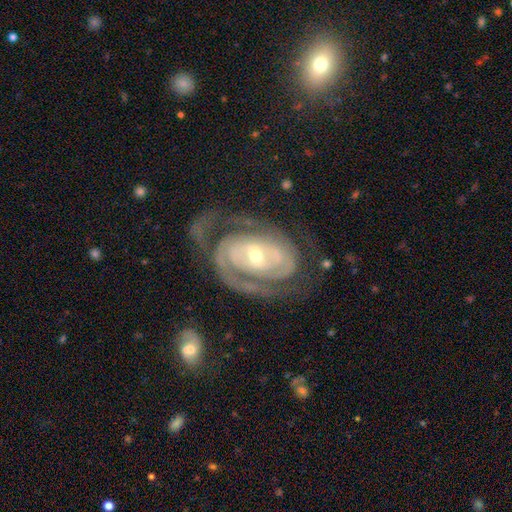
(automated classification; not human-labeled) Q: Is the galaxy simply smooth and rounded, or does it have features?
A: featured or disk — 90%.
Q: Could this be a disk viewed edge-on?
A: no — 96%.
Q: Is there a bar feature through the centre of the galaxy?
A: no — 41%.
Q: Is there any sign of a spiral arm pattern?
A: yes — 94%.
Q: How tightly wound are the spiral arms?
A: tight — 64%.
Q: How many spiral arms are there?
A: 2 — 60%.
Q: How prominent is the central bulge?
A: small — 50%.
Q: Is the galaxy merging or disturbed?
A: none — 59%.